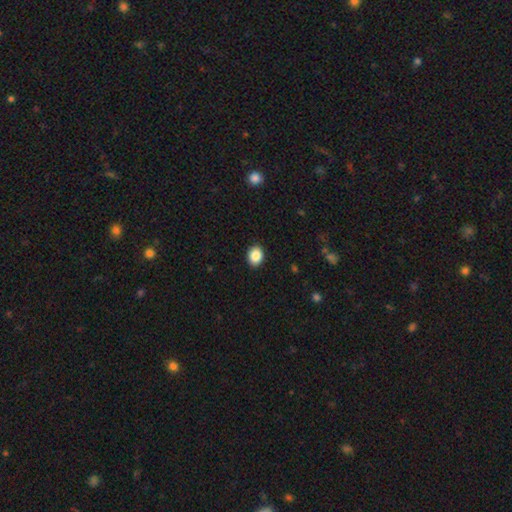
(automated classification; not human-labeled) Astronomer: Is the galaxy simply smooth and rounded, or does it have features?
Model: smooth — 88%.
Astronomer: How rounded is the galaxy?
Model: in between — 52% (runner-up: round, 47%).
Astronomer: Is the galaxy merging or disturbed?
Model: none — 91%.